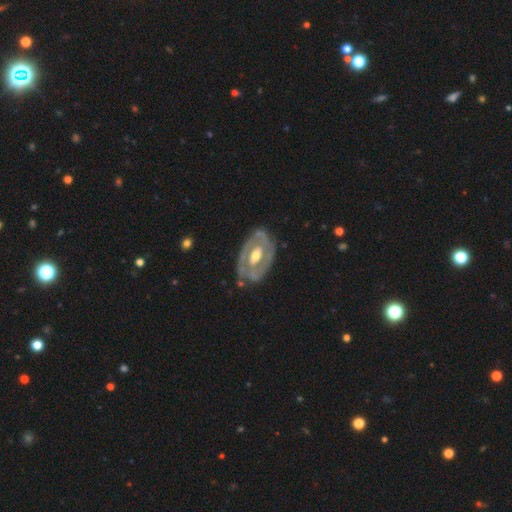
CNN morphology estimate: The model was most divided on "spiral arms" (2-way tie): no: 50%, yes: 50%. Remaining: edge-on disk — no (93%); smooth or featured — featured or disk (76%); bulge size — moderate (70%); merging — none (70%); bar — no (47%).